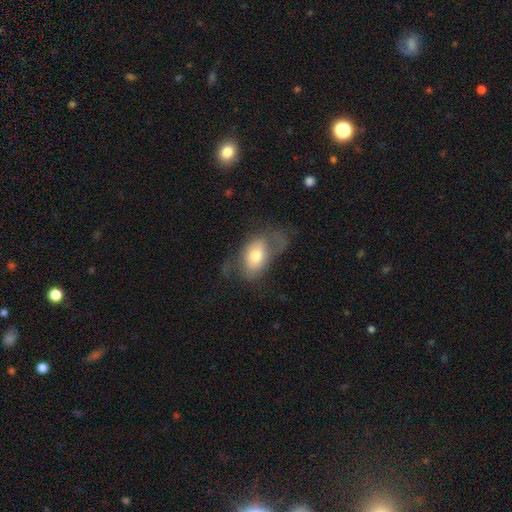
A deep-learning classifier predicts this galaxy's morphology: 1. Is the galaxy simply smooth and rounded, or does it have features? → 57% smooth, 36% featured or disk, 7% star or artifact.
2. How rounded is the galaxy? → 88% in between, 10% round, 2% cigar-shaped.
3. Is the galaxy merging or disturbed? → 36% none (tied), 36% major disturbance (tied), 26% minor disturbance, 2% merger.